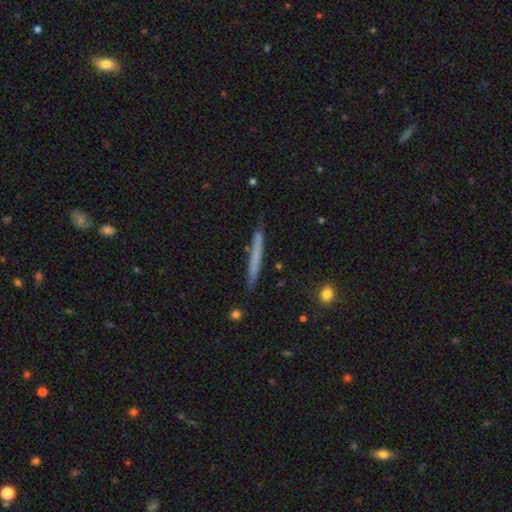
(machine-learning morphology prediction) Smooth or featured?
  - smooth: 57% *
  - featured or disk: 37%
  - star or artifact: 6%
How rounded?
  - cigar-shaped: 97% *
  - in between: 2%
  - round: 1%
Merging?
  - none: 86% *
  - minor disturbance: 11%
  - major disturbance: 2%
  - merger: 2%